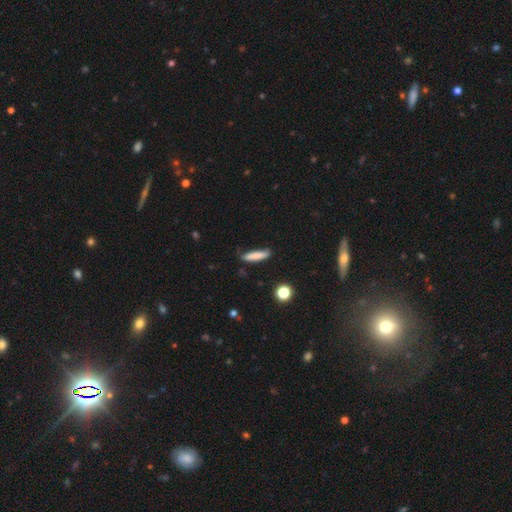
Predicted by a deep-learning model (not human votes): This is likely a smooth galaxy (80%). How rounded: clearly cigar-shaped (85%). Merging: likely none (78%).